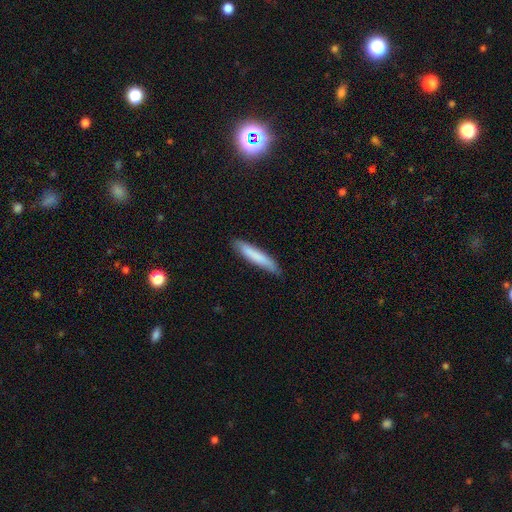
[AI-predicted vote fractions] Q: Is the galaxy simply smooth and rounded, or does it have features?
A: smooth — 79%.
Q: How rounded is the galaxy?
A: cigar-shaped — 90%.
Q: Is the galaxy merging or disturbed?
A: none — 83%.